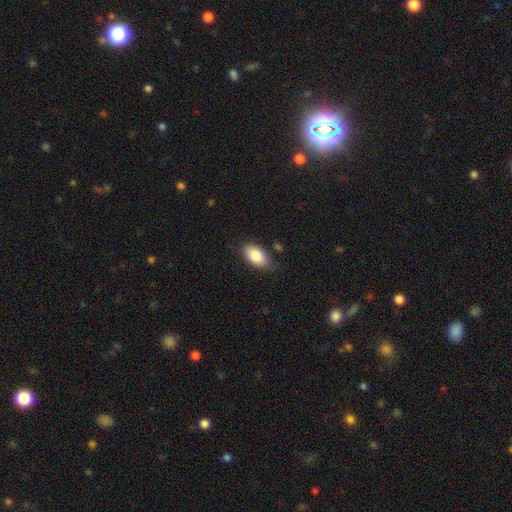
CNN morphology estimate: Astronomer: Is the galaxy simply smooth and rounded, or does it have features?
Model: smooth — 86%.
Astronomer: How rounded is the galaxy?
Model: in between — 93%.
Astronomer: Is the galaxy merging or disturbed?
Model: none — 77%.